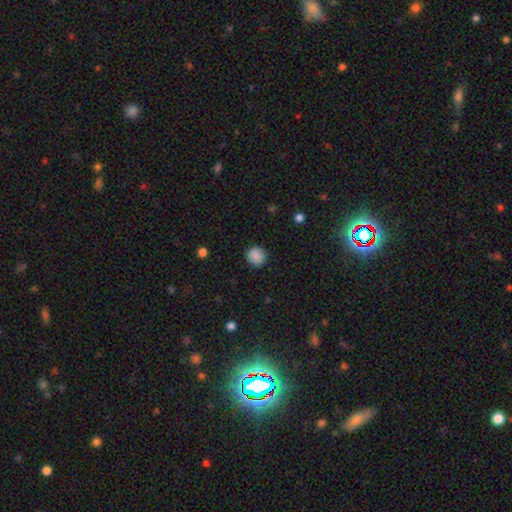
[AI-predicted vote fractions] Morphology: type=smooth (88%); roundness=round (90%); merging=none (88%).